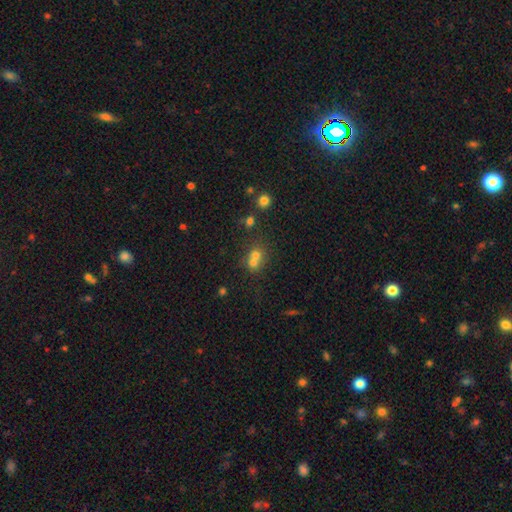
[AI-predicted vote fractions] Q: Smooth or featured?
A: smooth (66%); runner-up: star or artifact (18%)
Q: How rounded?
A: round (76%); runner-up: in between (23%)
Q: Merging?
A: merger (60%); runner-up: none (32%)